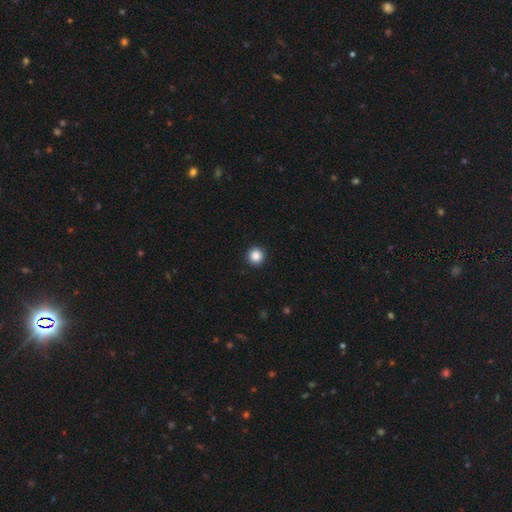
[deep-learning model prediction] Smooth or featured? Predicted: smooth (p=0.86). How rounded? Predicted: round (p=0.96). Merging? Predicted: none (p=0.94).